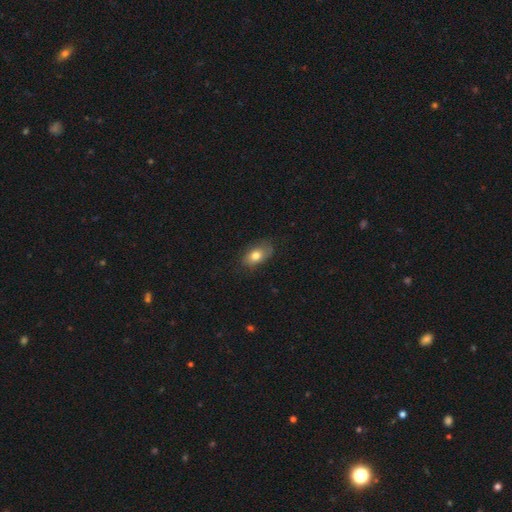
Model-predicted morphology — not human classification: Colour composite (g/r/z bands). It shows a smooth galaxy with no disk features (77%) that is in between round and cigar-shaped (87%). Merging: none (72%).